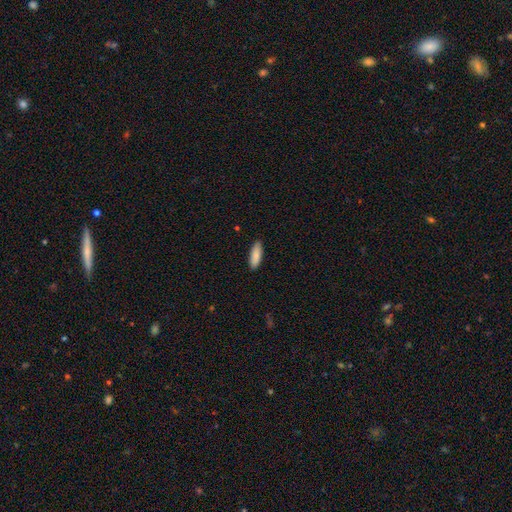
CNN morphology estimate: smooth_or_featured: smooth (p=0.88) [alt: featured or disk p=0.07]
how_rounded: in between (p=0.58) [alt: cigar-shaped p=0.40]
merging: none (p=0.88) [alt: minor disturbance p=0.10]